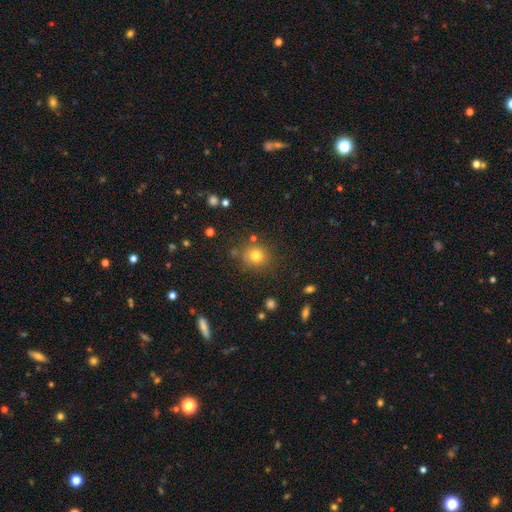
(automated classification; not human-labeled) Smooth or featured: smooth — 78% (star or artifact — 13%)
How rounded: round — 85% (in between — 14%)
Merging: none — 77% (minor disturbance — 12%)